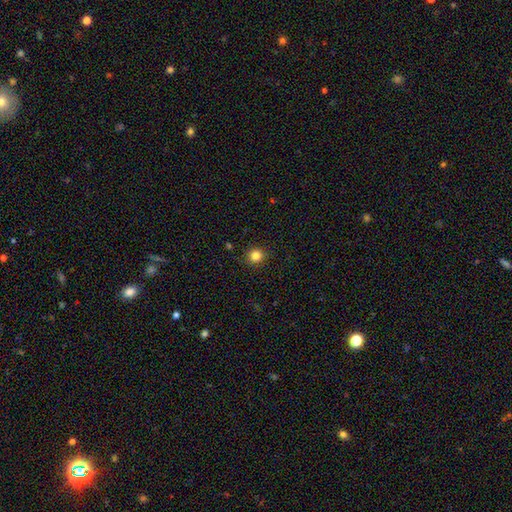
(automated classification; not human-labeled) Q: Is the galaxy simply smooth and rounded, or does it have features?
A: smooth — 83%.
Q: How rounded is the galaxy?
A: round — 92%.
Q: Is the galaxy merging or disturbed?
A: none — 91%.